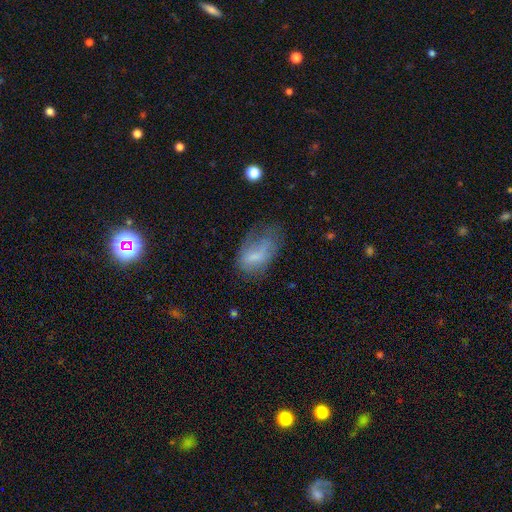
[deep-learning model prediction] Smooth or featured: smooth — 61% (featured or disk — 29%)
How rounded: in between — 90% (round — 7%)
Merging: minor disturbance — 33% (tied with major disturbance — 33%)